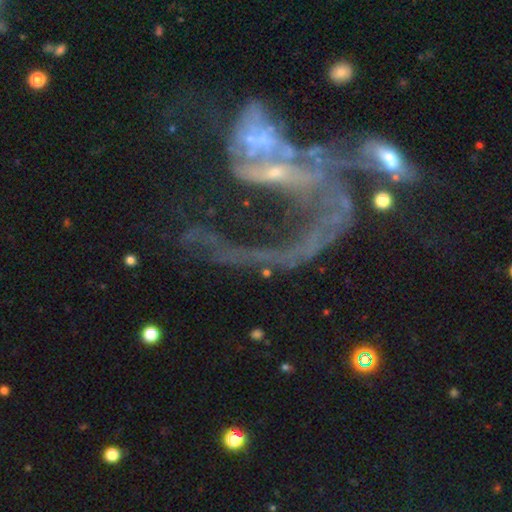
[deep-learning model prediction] This is likely a featured or disk galaxy (74%). It is clearly not viewed edge-on (96%). Bar: possibly no (58%). Spiral arm pattern: likely yes (64%). Central bulge: possibly small (47%). Merging: marginally merger (39%).